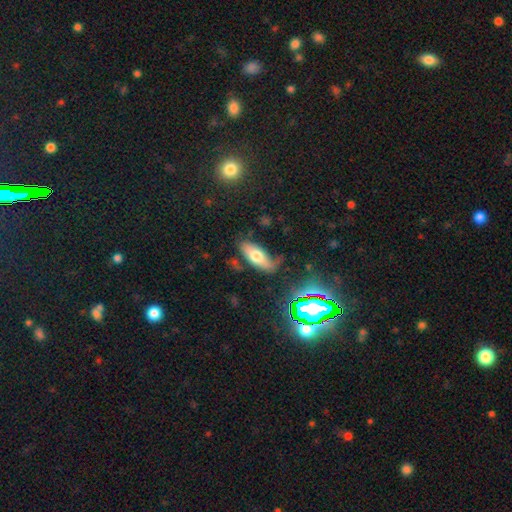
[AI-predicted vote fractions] The model was most divided on "smooth or featured": smooth: 50%, featured or disk: 29%, star or artifact: 21%. More confident: merging — none (69%).